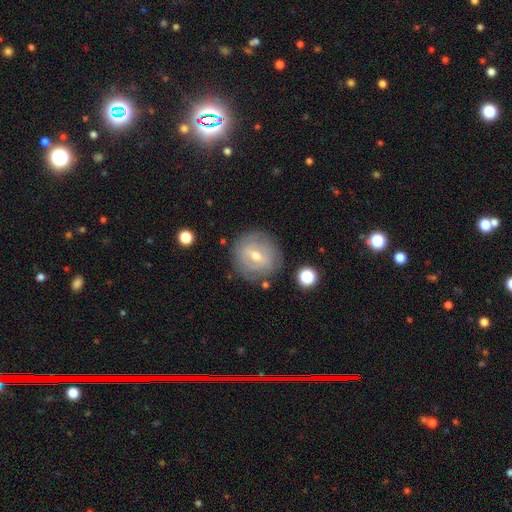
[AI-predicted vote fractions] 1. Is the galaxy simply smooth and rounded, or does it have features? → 56% featured or disk, 34% smooth, 10% star or artifact.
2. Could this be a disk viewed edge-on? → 93% no, 7% yes.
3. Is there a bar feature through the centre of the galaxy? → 54% weak, 25% strong, 22% no.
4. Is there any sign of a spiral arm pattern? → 52% yes, 48% no.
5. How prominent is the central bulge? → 57% moderate, 39% small, 2% large, 1% none, 1% dominant.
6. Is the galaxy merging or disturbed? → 81% none, 13% minor disturbance, 4% major disturbance, 2% merger.